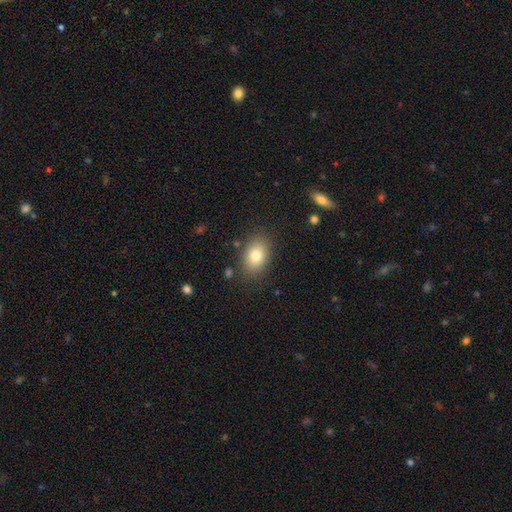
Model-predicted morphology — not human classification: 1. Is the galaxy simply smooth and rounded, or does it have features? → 79% smooth, 11% featured or disk, 9% star or artifact.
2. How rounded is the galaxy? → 80% in between, 19% round, 1% cigar-shaped.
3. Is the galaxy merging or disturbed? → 84% none, 11% minor disturbance, 3% major disturbance, 2% merger.